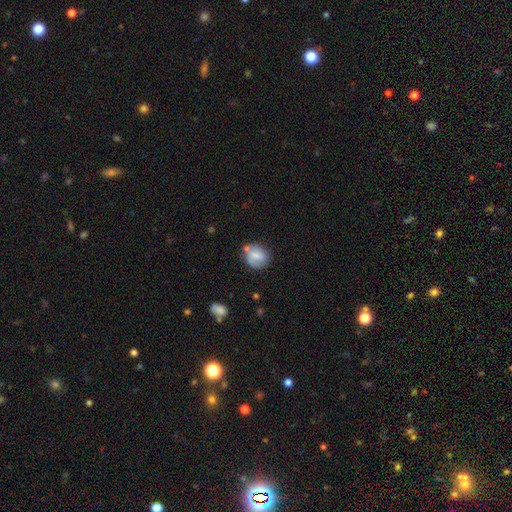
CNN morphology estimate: Smooth or featured?
  - smooth: 52% *
  - featured or disk: 40%
  - star or artifact: 8%
How rounded?
  - round: 64% *
  - in between: 34%
  - cigar-shaped: 1%
Merging?
  - none: 59% *
  - minor disturbance: 23%
  - merger: 9%
  - major disturbance: 9%